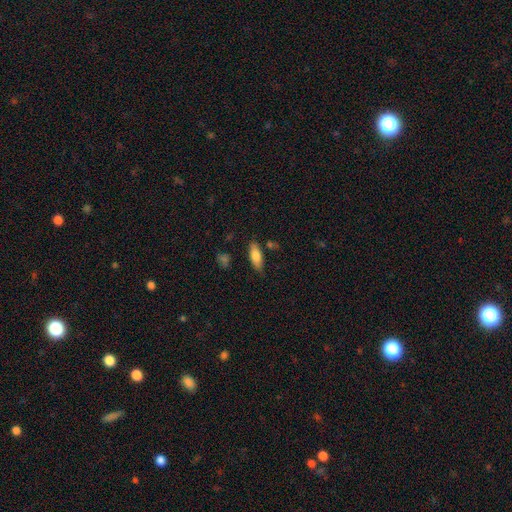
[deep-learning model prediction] A smooth galaxy with no disk features (78%) that is in between round and cigar-shaped (71%).

Vote fractions:
- Smooth or featured? smooth: 78% / featured or disk: 16% / star or artifact: 7%
- How rounded? in between: 71% / cigar-shaped: 27% / round: 2%
- Merging? none: 78% / minor disturbance: 15% / merger: 4% / major disturbance: 3%